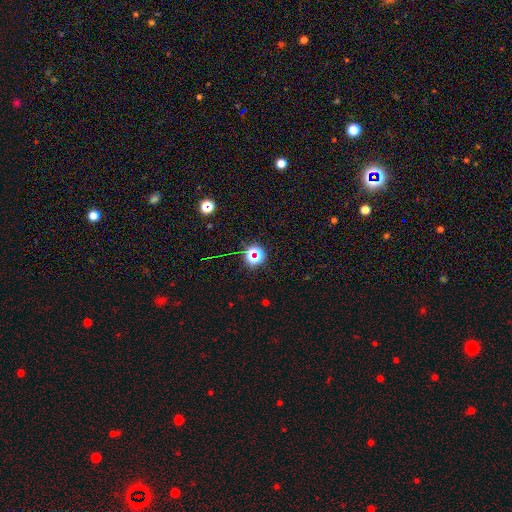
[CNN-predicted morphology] Q: Smooth or featured?
A: star or artifact (68%); runner-up: smooth (23%)